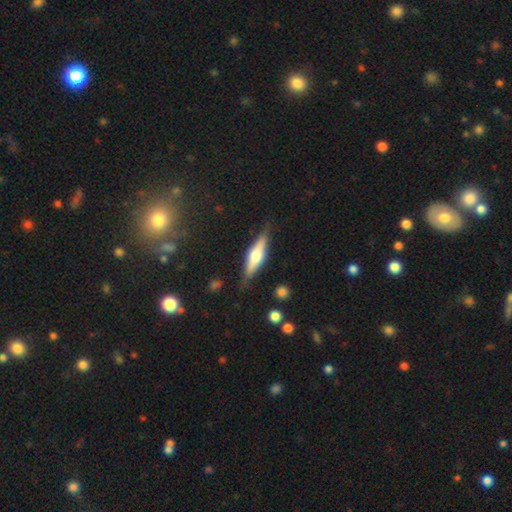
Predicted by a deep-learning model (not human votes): Smooth or featured?
  - featured or disk: 59% *
  - smooth: 35%
  - star or artifact: 6%
Edge-on disk?
  - yes: 94% *
  - no: 6%
Edge-on bulge?
  - rounded: 86% *
  - boxy: 10%
  - none: 4%
Merging?
  - none: 83% *
  - minor disturbance: 12%
  - major disturbance: 3%
  - merger: 2%